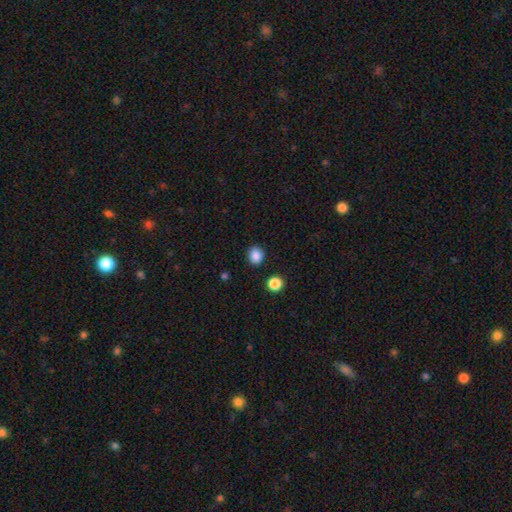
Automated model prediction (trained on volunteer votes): A smooth galaxy with no disk features (87%) that is round (73%). Merging: none (89%).